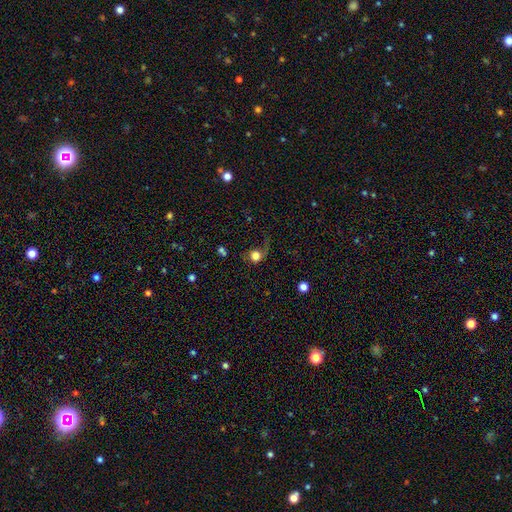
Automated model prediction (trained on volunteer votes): The model was most divided on "merging": major disturbance: 41%, none: 35%, minor disturbance: 19%, merger: 5%. More confident: how rounded — round (82%); smooth or featured — smooth (71%).